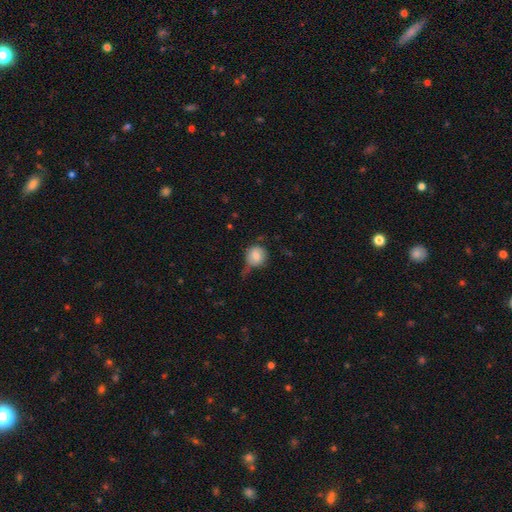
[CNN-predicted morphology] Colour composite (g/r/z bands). It shows a smooth galaxy with no disk features (79%) that is round (82%). Merging: none (39%).